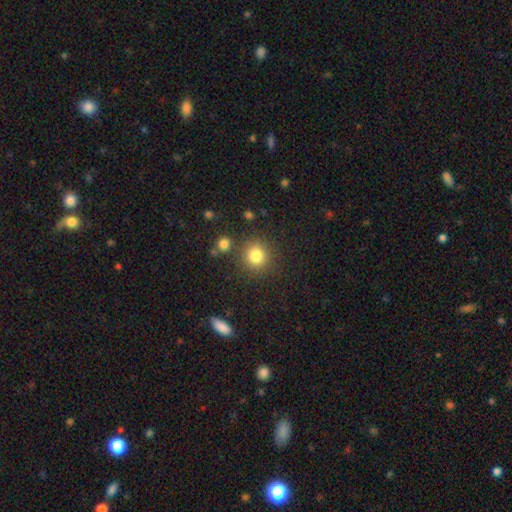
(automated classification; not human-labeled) smooth 82%, star or artifact 12%, featured or disk 6%. Down the decision tree: how rounded — round (89%); merging — none (84%).